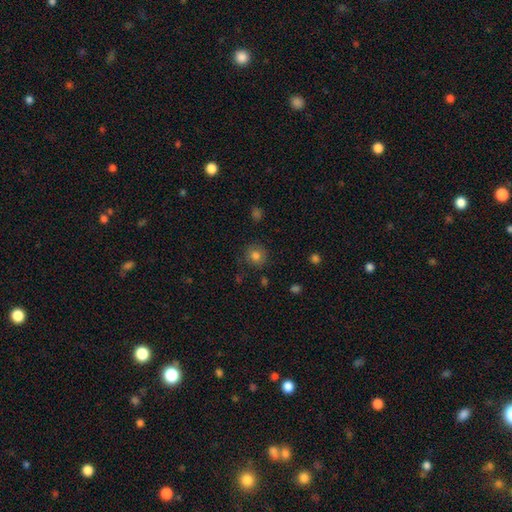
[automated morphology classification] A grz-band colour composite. It shows a smooth galaxy with no disk features (81%) that is round (88%). Merging: none (84%).